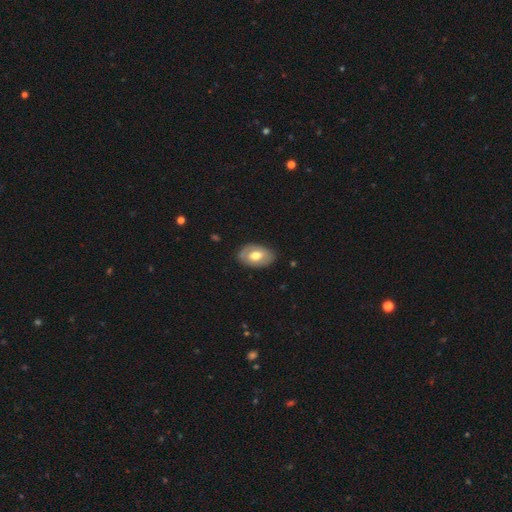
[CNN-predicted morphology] smooth 49%, featured or disk 45%, star or artifact 5%. Down the decision tree: merging — none (80%).